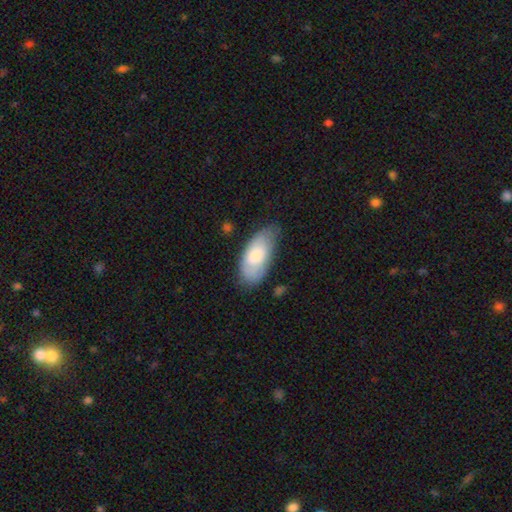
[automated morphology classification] This appears to be a smooth galaxy with no disk features (70%) that is in between round and cigar-shaped (91%). Merging: none (60%).